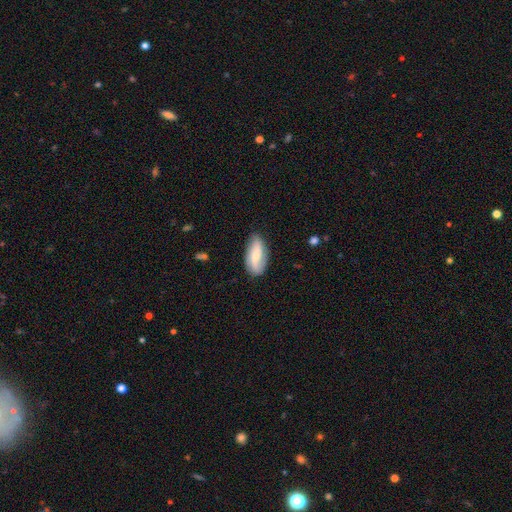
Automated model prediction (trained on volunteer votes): smooth-or-featured: featured or disk: 48% | smooth: 46% | star or artifact: 6%
  merging: none: 78% | minor disturbance: 17% | major disturbance: 4% | merger: 1%